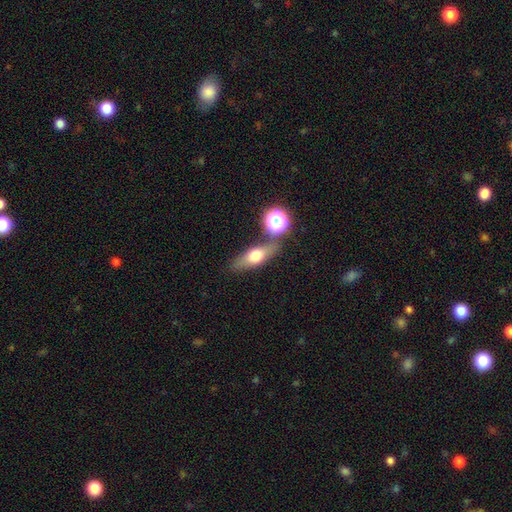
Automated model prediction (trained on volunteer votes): Smooth or featured: smooth — 54% (featured or disk — 36%)
How rounded: in between — 55% (cigar-shaped — 33%)
Merging: none — 70% (merger — 13%)